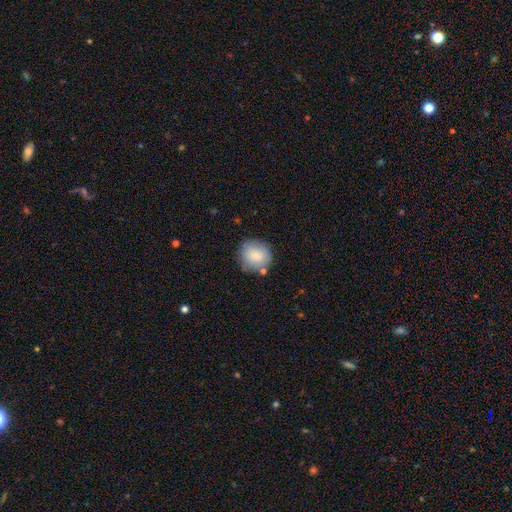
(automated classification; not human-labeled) This appears to be a smooth galaxy with no disk features (83%) that is round (87%). Merging: none (77%).